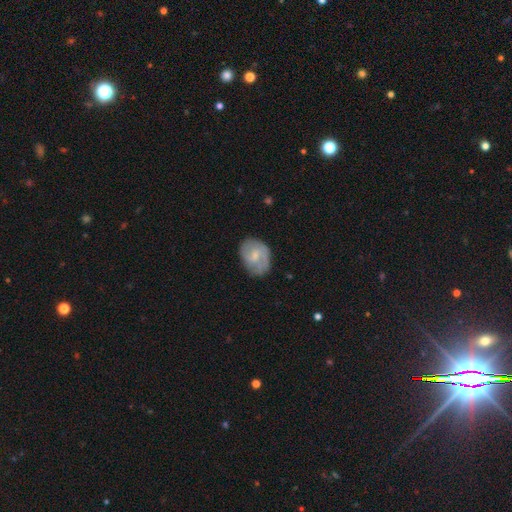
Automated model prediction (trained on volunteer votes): smooth_or_featured: smooth (p=0.48) [alt: featured or disk p=0.46]
merging: none (p=0.62) [alt: minor disturbance p=0.27]